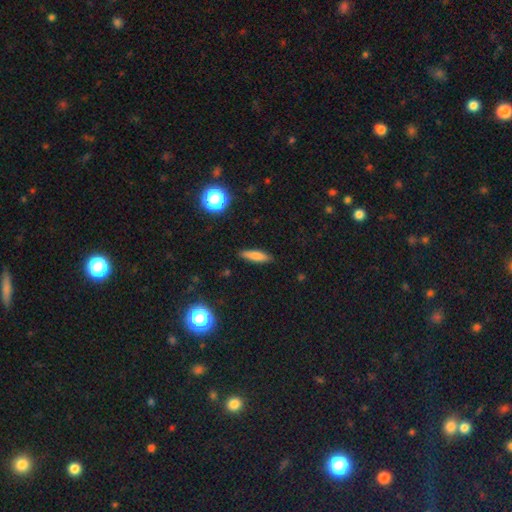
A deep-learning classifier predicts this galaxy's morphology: Smooth or featured?
  - smooth: 78% *
  - featured or disk: 13%
  - star or artifact: 9%
How rounded?
  - cigar-shaped: 63% *
  - in between: 34%
  - round: 3%
Merging?
  - none: 87% *
  - minor disturbance: 9%
  - major disturbance: 2%
  - merger: 1%